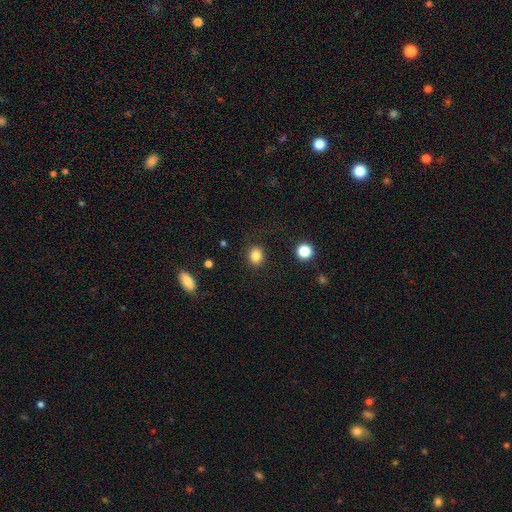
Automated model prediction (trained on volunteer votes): Q: Smooth or featured?
A: smooth (84%); runner-up: star or artifact (11%)
Q: How rounded?
A: round (74%); runner-up: in between (25%)
Q: Merging?
A: none (87%); runner-up: minor disturbance (9%)